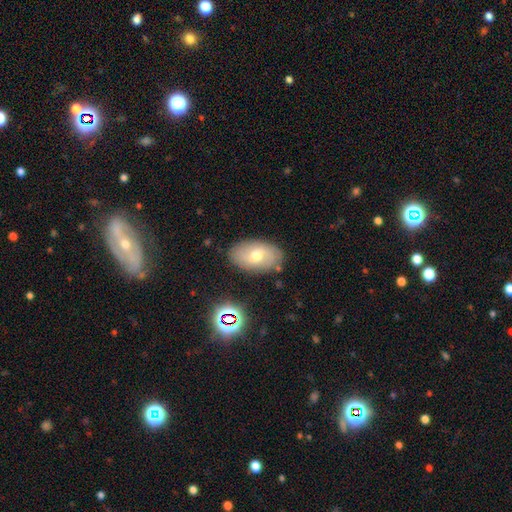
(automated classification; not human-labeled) Smooth or featured? Predicted: smooth (p=0.52). How rounded? Predicted: in between (p=0.90). Merging? Predicted: none (p=0.83).